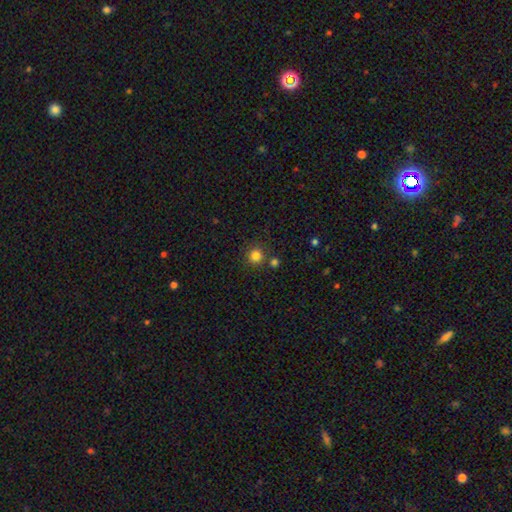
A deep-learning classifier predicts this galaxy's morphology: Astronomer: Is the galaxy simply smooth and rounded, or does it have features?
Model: smooth — 82%.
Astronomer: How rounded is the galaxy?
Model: round — 93%.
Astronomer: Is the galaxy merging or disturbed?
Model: none — 80%.